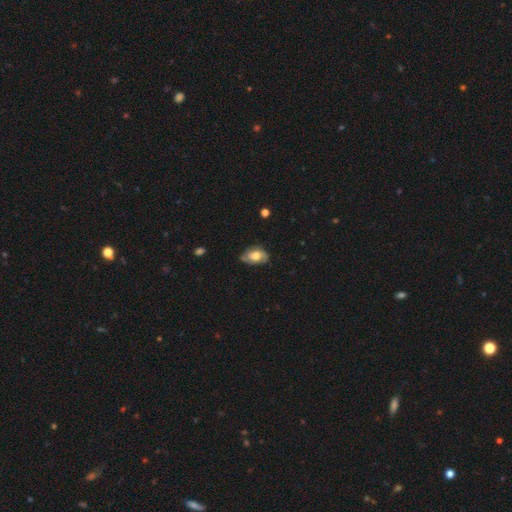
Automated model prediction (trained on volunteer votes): Morphology: type=featured or disk (48%); merging=none (65%).